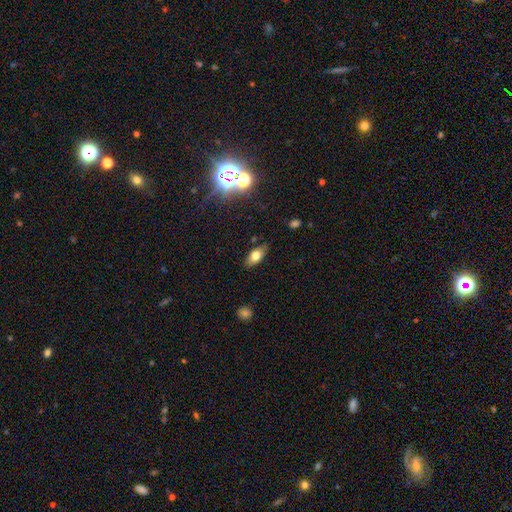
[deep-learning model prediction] Q: Smooth or featured?
A: smooth (72%); runner-up: featured or disk (17%)
Q: How rounded?
A: in between (87%); runner-up: cigar-shaped (8%)
Q: Merging?
A: none (83%); runner-up: minor disturbance (13%)